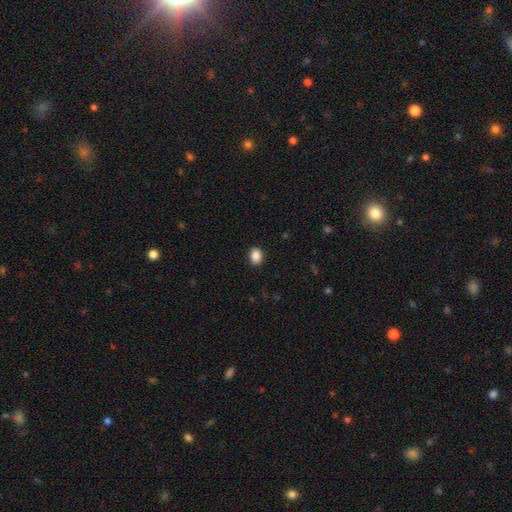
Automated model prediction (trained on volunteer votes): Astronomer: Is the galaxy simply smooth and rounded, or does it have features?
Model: smooth — 88%.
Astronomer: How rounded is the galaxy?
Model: in between — 51% (runner-up: round, 48%).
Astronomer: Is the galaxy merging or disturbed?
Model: none — 90%.